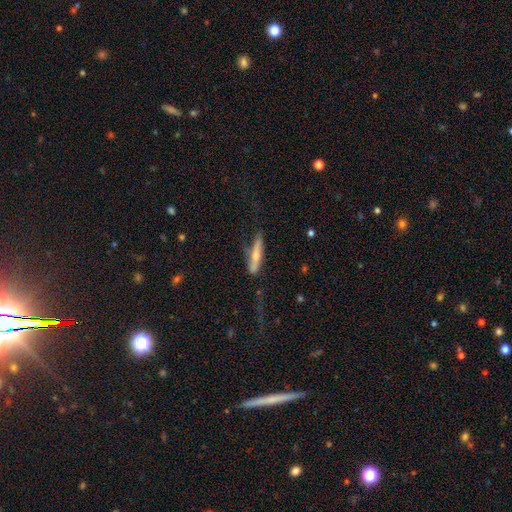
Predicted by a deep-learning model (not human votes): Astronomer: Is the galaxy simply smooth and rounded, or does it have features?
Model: smooth — 53% (runner-up: featured or disk, 41%).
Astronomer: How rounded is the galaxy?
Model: cigar-shaped — 86%.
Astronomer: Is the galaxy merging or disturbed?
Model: none — 61%.